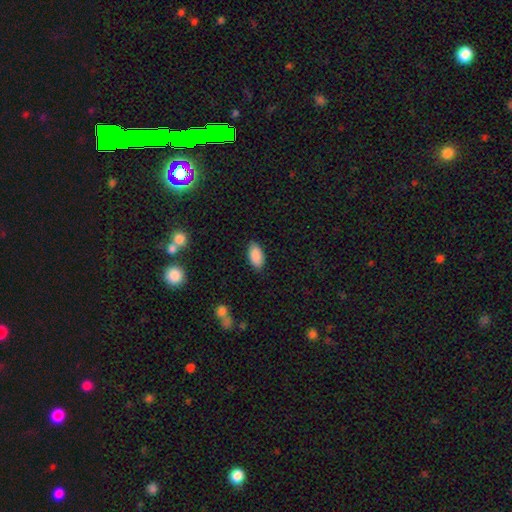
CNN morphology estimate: smooth_or_featured: smooth (p=0.89) [alt: star or artifact p=0.07]
how_rounded: in between (p=0.94) [alt: cigar-shaped p=0.03]
merging: none (p=0.85) [alt: minor disturbance p=0.11]